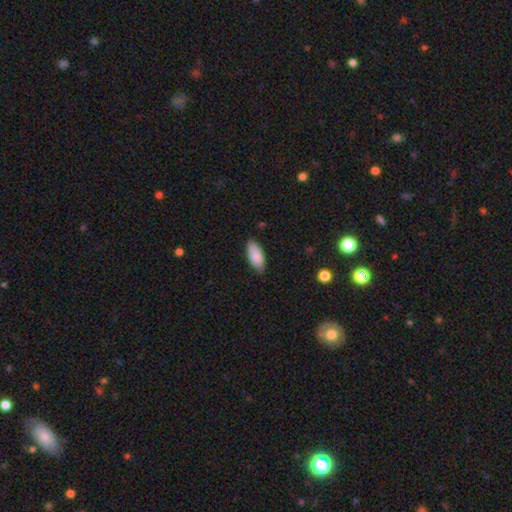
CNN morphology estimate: Q: Smooth or featured?
A: smooth (89%); runner-up: star or artifact (6%)
Q: How rounded?
A: in between (88%); runner-up: cigar-shaped (11%)
Q: Merging?
A: none (79%); runner-up: minor disturbance (18%)